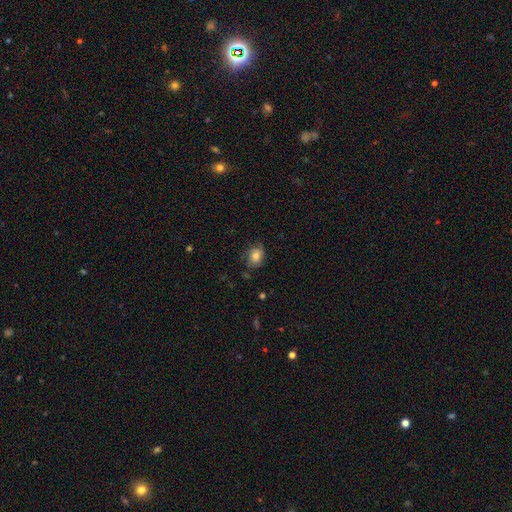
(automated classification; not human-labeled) Morphology: type=smooth (71%); roundness=in between (60%); merging=none (67%).